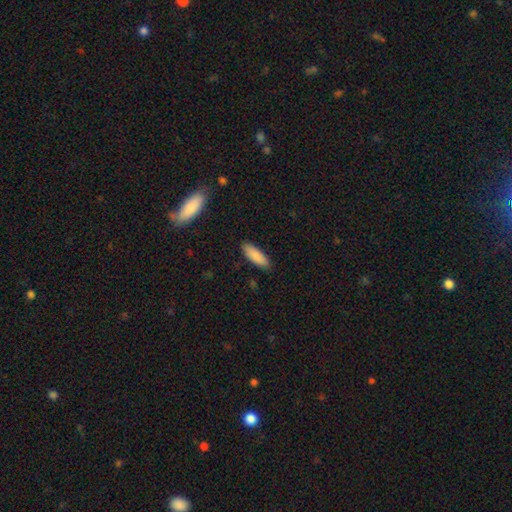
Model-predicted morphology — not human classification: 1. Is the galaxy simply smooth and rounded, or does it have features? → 89% smooth, 6% star or artifact, 5% featured or disk.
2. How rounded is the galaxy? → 61% in between, 38% cigar-shaped, 1% round.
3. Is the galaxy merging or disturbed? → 87% none, 10% minor disturbance, 2% major disturbance, 1% merger.